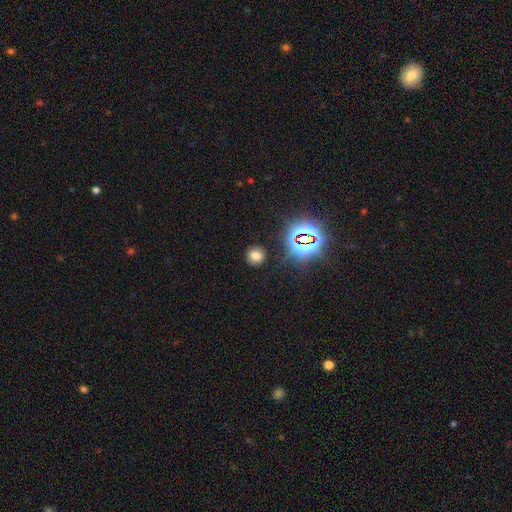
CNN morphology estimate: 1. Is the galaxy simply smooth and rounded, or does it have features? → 69% smooth, 23% star or artifact, 8% featured or disk.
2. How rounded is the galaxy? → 88% round, 11% in between, 1% cigar-shaped.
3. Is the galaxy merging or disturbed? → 87% none, 8% minor disturbance, 3% major disturbance, 2% merger.